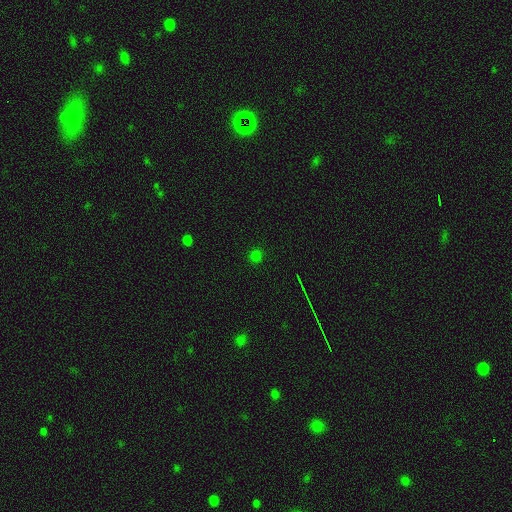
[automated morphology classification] Smooth or featured?
  - smooth: 71% *
  - star or artifact: 24%
  - featured or disk: 4%
How rounded?
  - round: 91% *
  - in between: 7%
  - cigar-shaped: 1%
Merging?
  - none: 90% *
  - minor disturbance: 7%
  - major disturbance: 2%
  - merger: 1%